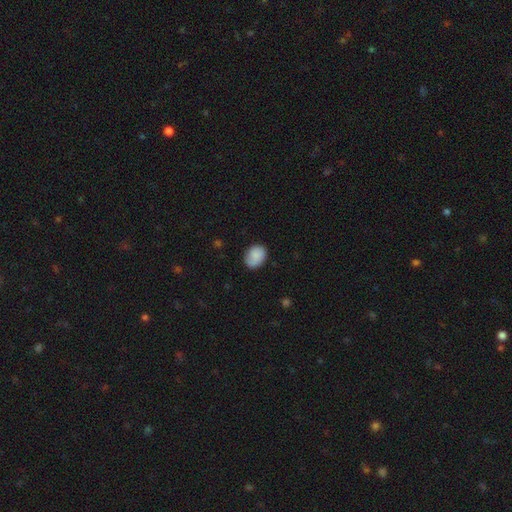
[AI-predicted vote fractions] Smooth or featured? smooth (84%)
How rounded? in between (62%)
Merging? none (75%)